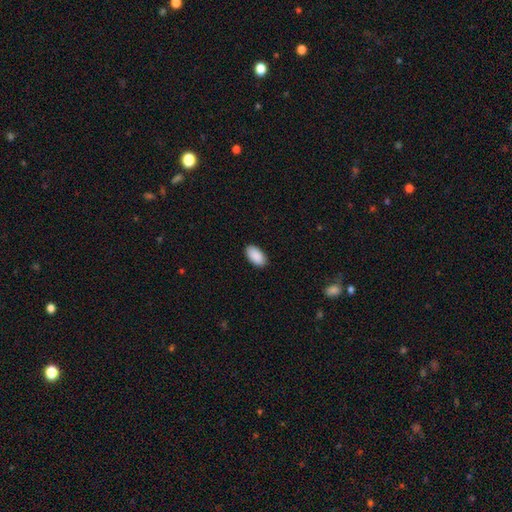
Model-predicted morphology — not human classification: Smooth or featured? smooth (91%)
How rounded? in between (96%)
Merging? none (89%)